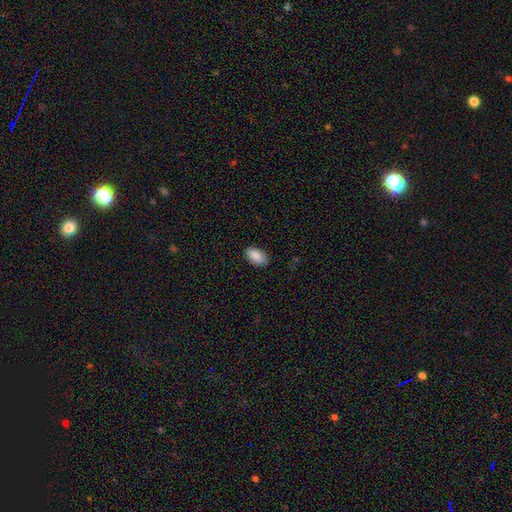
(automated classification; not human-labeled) Smooth or featured: smooth — 89% (star or artifact — 7%)
How rounded: in between — 95% (round — 3%)
Merging: none — 85% (minor disturbance — 12%)